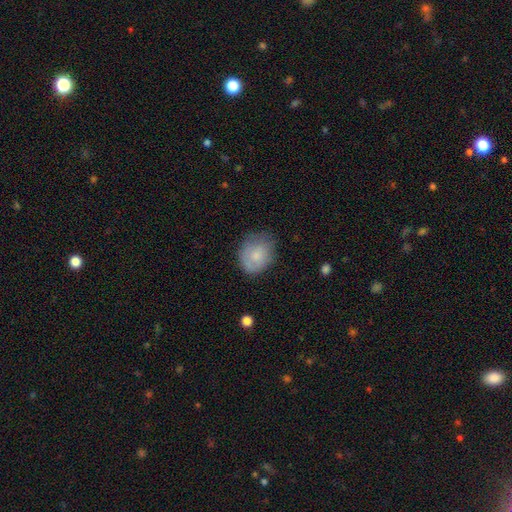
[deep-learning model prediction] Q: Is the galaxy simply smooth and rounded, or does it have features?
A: smooth — 74%.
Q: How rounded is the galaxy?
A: round — 55%.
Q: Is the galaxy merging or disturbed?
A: none — 61%.